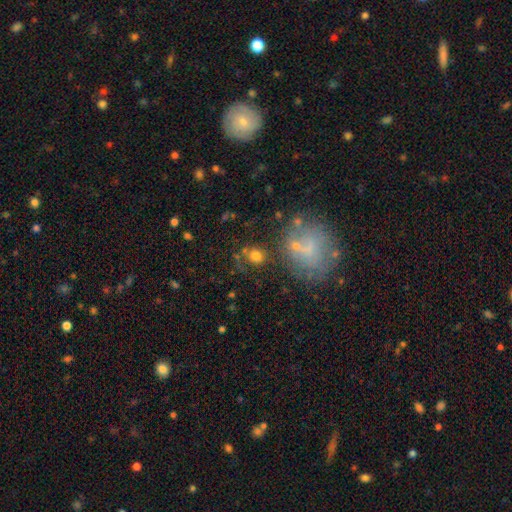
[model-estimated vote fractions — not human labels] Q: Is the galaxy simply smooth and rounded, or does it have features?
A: smooth — 71%.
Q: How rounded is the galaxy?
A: round — 76%.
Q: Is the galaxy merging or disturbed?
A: none — 70%.